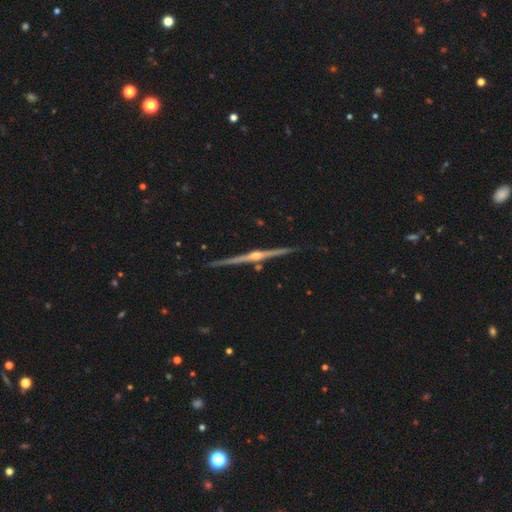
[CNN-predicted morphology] type=featured or disk (88%); edge-on=yes (99%); edge-on bulge=rounded (88%); merging=none (90%).